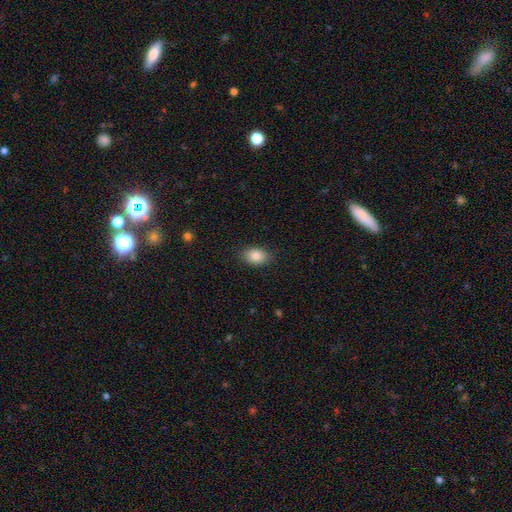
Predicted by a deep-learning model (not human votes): This is clearly a smooth galaxy (85%). How rounded: clearly in between (85%). Merging: clearly none (86%).